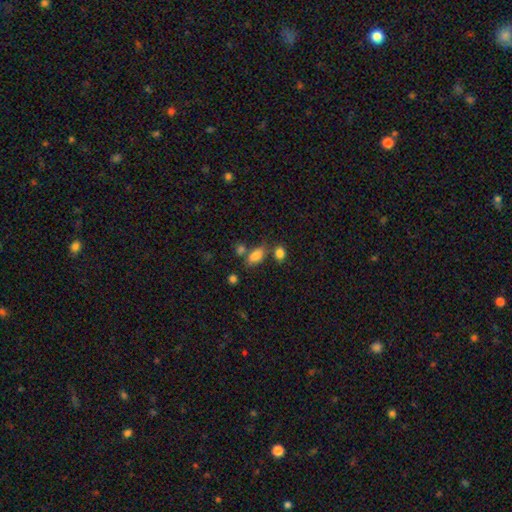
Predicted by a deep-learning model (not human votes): The model was most divided on "merging": none: 63%, merger: 18%, minor disturbance: 14%, major disturbance: 5%. More confident: how rounded — in between (87%); smooth or featured — smooth (81%).